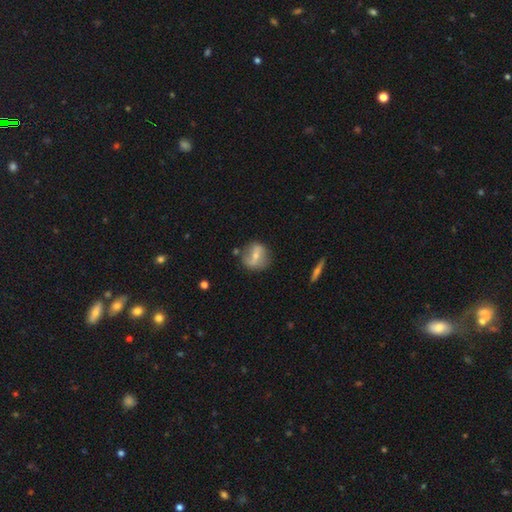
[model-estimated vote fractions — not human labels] Smooth or featured: featured or disk — 52% (smooth — 40%)
Edge-on disk: no — 91% (yes — 9%)
Merging: none — 69% (minor disturbance — 19%)